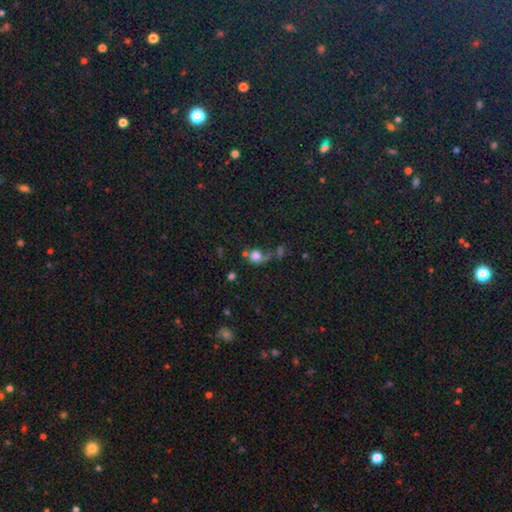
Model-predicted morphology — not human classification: Smooth or featured? Predicted: smooth (p=0.70). How rounded? Predicted: round (p=0.70). Merging? Predicted: none (p=0.31).